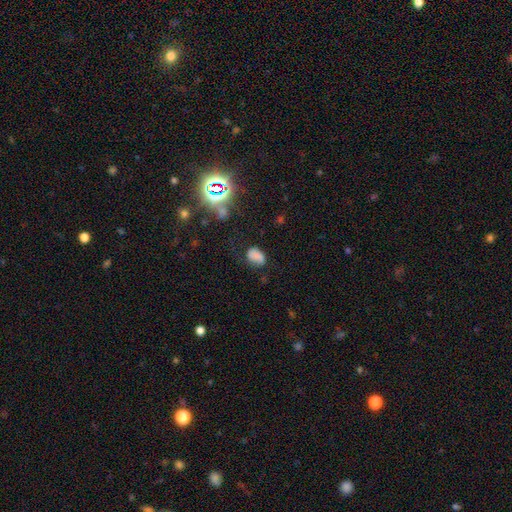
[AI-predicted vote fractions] Smooth or featured? smooth (73%)
How rounded? in between (85%)
Merging? none (59%)